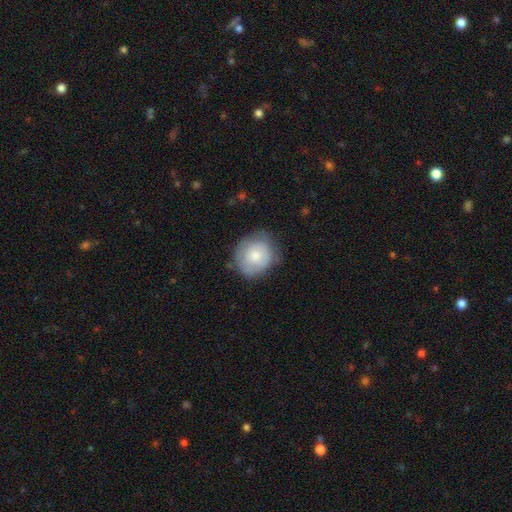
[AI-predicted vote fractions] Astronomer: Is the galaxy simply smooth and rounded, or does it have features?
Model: smooth — 70%.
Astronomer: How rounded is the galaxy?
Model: round — 79%.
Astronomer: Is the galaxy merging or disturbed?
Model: none — 64%.